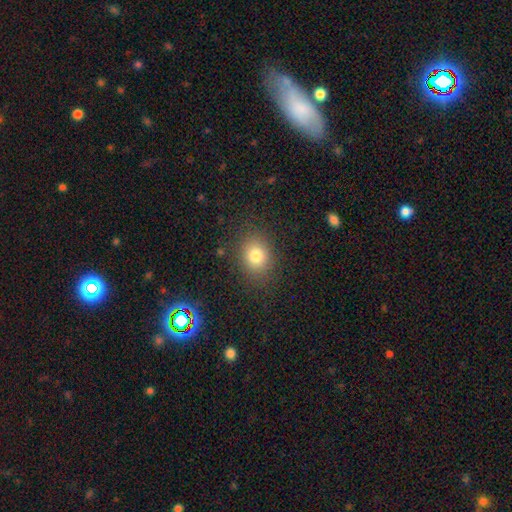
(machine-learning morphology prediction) The model was most divided on "how rounded": round: 56%, in between: 43%, cigar-shaped: 1%. More confident: merging — none (85%); smooth or featured — smooth (78%).